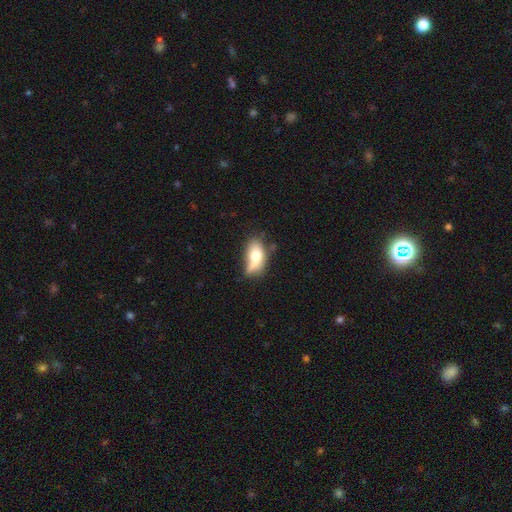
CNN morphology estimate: Smooth or featured: smooth — 66% (featured or disk — 25%)
How rounded: in between — 86% (cigar-shaped — 8%)
Merging: none — 35% (minor disturbance — 31%)